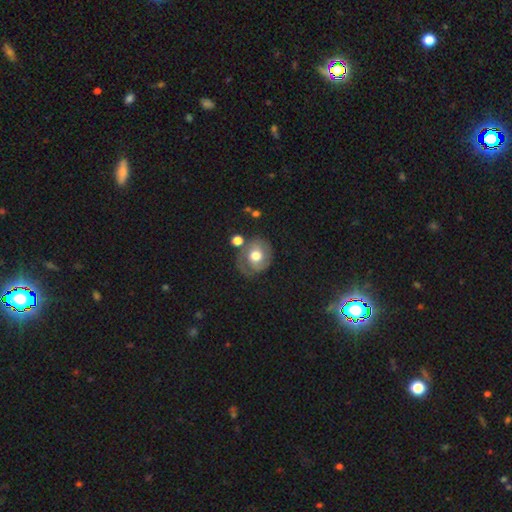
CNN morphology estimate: Q: Smooth or featured?
A: smooth (54%); runner-up: featured or disk (37%)
Q: How rounded?
A: round (73%); runner-up: in between (26%)
Q: Merging?
A: none (59%); runner-up: minor disturbance (23%)